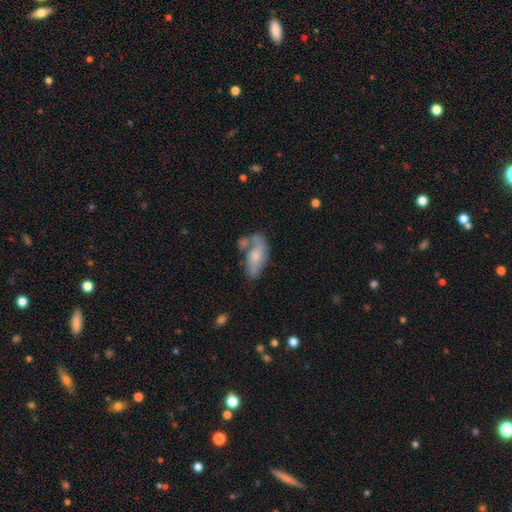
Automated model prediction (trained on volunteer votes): Smooth or featured: featured or disk — 55% (smooth — 37%)
Edge-on disk: no — 91% (yes — 9%)
Bar: no — 68% (weak — 26%)
Spiral arms: yes — 70% (no — 30%)
Bulge size: moderate — 45% (small — 36%)
Merging: none — 35% (minor disturbance — 23%)